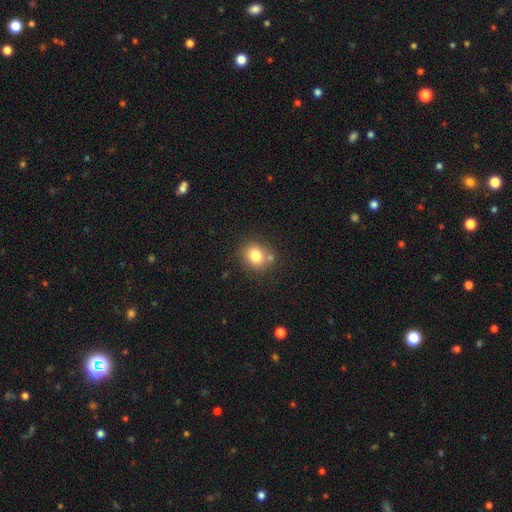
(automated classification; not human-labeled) Overall: smooth (80%). How rounded: round (74%). Merging: none (69%).